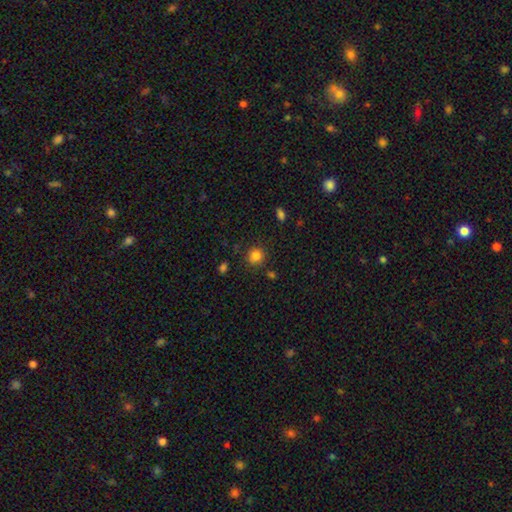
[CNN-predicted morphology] type=smooth (83%); roundness=round (91%); merging=none (86%).